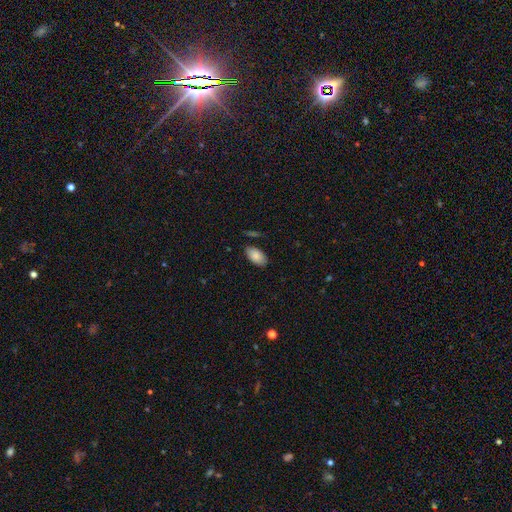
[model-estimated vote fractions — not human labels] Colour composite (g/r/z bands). It shows a smooth galaxy with no disk features (86%) that is in between round and cigar-shaped (95%). Merging: none (80%).